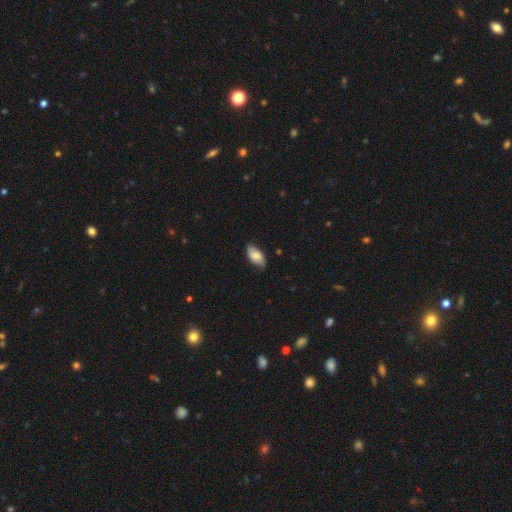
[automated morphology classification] Overall: smooth (66%; featured or disk 26%). How rounded: in between (92%). Merging: none (78%).